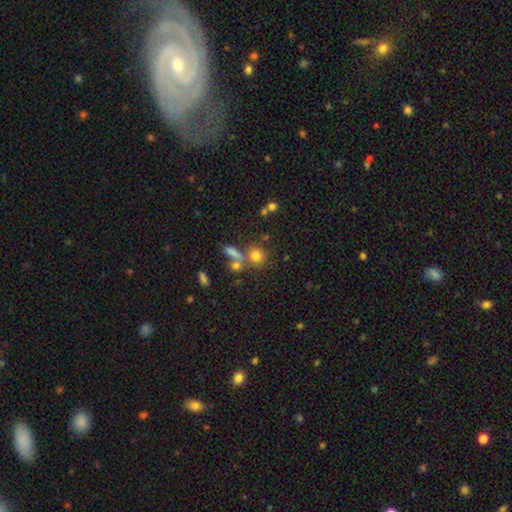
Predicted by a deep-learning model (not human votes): smooth_or_featured: smooth (p=0.76) [alt: star or artifact p=0.14]
how_rounded: round (p=0.78) [alt: in between p=0.19]
merging: none (p=0.60) [alt: merger p=0.24]